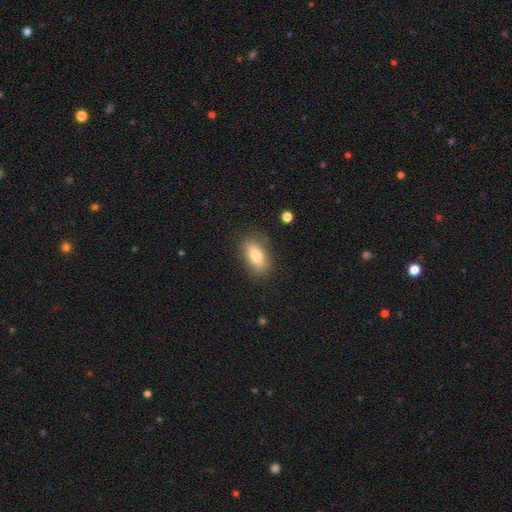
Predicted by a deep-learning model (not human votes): Q: Smooth or featured?
A: smooth (81%); runner-up: featured or disk (11%)
Q: How rounded?
A: in between (88%); runner-up: round (8%)
Q: Merging?
A: none (83%); runner-up: minor disturbance (12%)